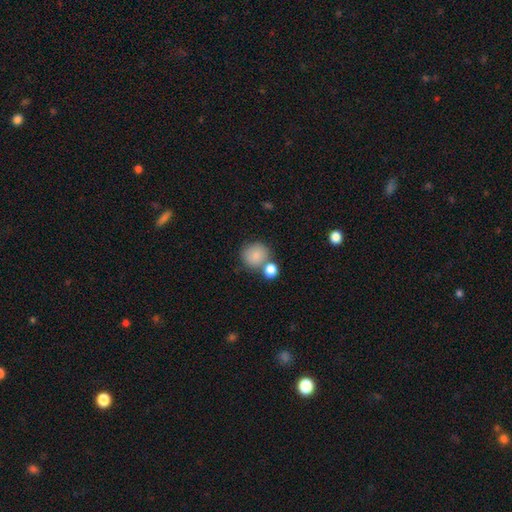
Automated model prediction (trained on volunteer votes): Morphology: type=smooth (84%); roundness=round (84%); merging=none (55%).